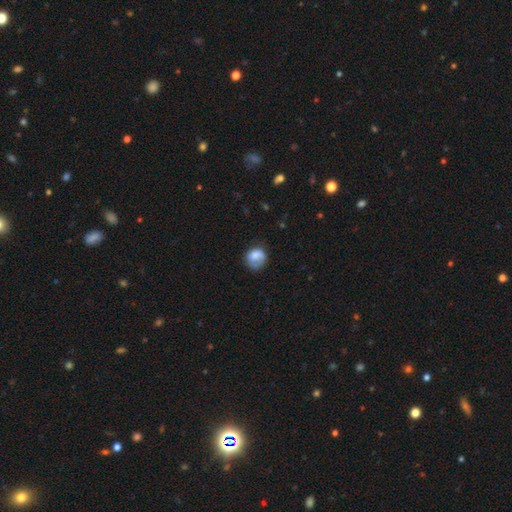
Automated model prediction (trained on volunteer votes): smooth-or-featured: smooth: 69% | featured or disk: 24% | star or artifact: 7%
  how-rounded: round: 73% | in between: 26% | cigar-shaped: 1%
  merging: none: 54% | minor disturbance: 25% | major disturbance: 18% | merger: 2%